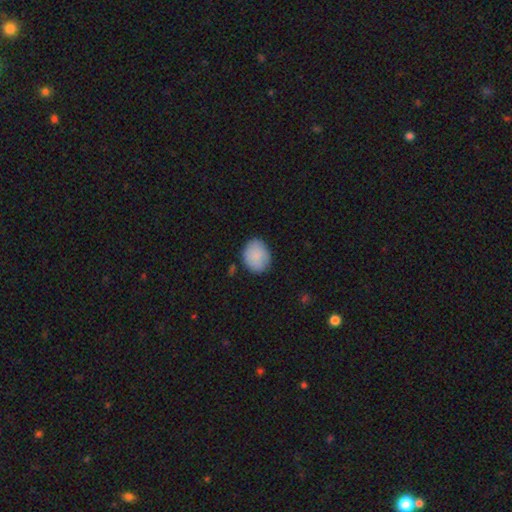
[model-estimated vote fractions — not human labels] Smooth or featured?
  - smooth: 86% *
  - featured or disk: 8%
  - star or artifact: 6%
How rounded?
  - round: 50% *
  - in between: 49%
  - cigar-shaped: 1%
Merging?
  - none: 79% *
  - minor disturbance: 15%
  - major disturbance: 3%
  - merger: 2%